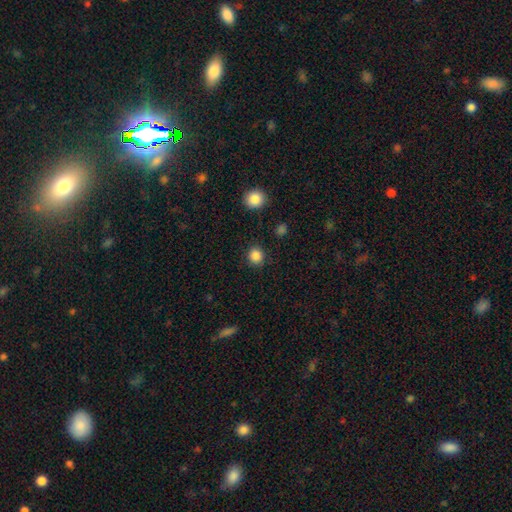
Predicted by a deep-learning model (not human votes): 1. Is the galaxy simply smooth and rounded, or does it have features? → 86% smooth, 11% star or artifact, 3% featured or disk.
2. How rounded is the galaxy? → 85% round, 14% in between, 1% cigar-shaped.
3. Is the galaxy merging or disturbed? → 89% none, 7% minor disturbance, 3% major disturbance, 2% merger.